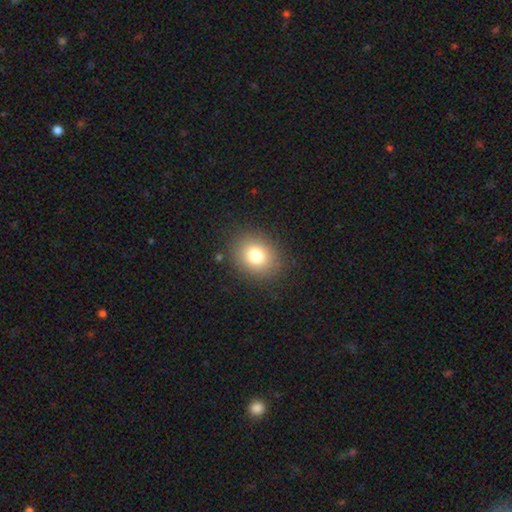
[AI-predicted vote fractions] Morphology: type=smooth (79%); roundness=round (58%); merging=none (86%).